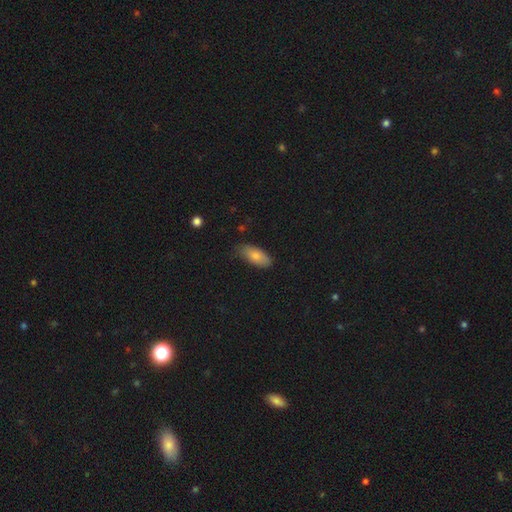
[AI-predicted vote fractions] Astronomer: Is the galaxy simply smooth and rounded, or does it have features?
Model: smooth — 77%.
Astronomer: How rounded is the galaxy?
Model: in between — 85%.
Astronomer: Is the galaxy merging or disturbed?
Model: none — 76%.